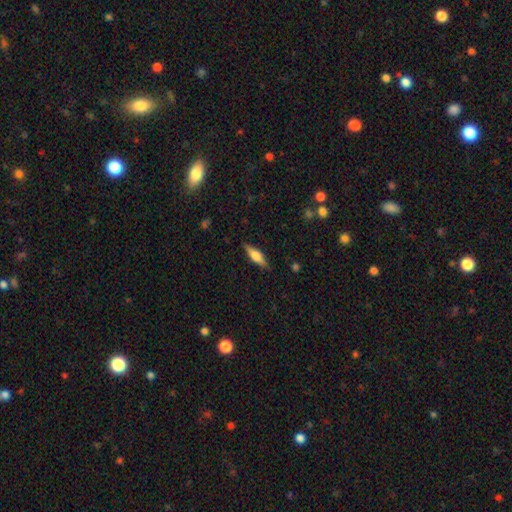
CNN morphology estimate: A smooth galaxy with no disk features (50%) that is cigar-shaped (50%). Merging: none (87%).